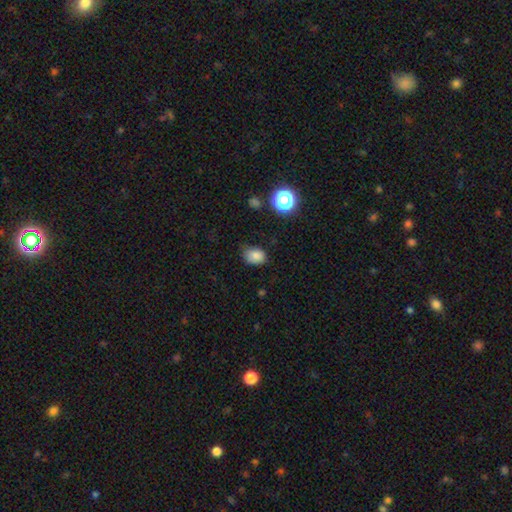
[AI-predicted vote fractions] This is clearly a smooth galaxy (82%). How rounded: likely in between (67%). Merging: likely none (60%).